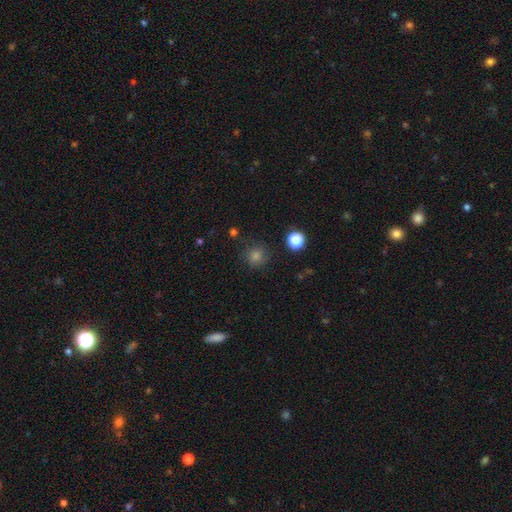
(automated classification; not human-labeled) smooth_or_featured: smooth (p=0.73) [alt: star or artifact p=0.21]
how_rounded: round (p=0.93) [alt: in between p=0.06]
merging: none (p=0.87) [alt: minor disturbance p=0.08]